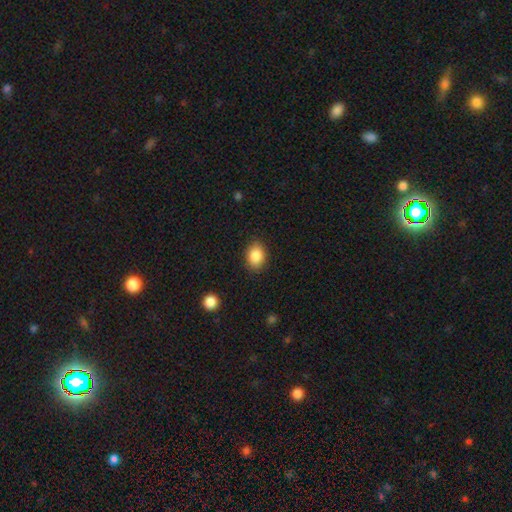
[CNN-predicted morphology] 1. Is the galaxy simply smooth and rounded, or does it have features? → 88% smooth, 8% star or artifact, 4% featured or disk.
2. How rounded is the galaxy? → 69% in between, 30% round, 1% cigar-shaped.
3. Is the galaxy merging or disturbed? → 87% none, 10% minor disturbance, 3% major disturbance, 1% merger.